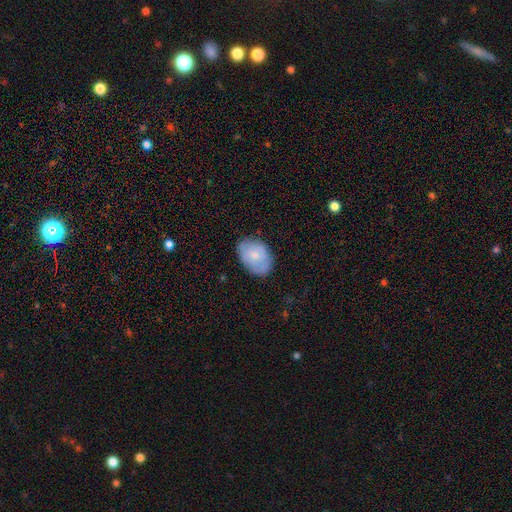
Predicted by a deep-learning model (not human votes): smooth 73%, featured or disk 20%, star or artifact 6%. Down the decision tree: how rounded — in between (82%); merging — none (76%).